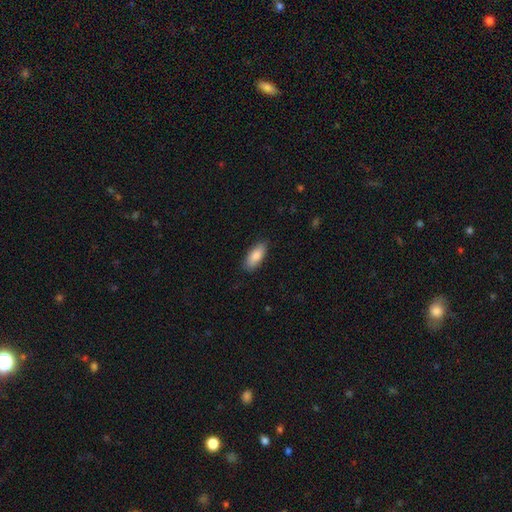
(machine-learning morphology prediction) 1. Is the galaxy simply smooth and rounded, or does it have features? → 86% smooth, 8% featured or disk, 6% star or artifact.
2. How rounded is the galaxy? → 85% in between, 13% cigar-shaped, 2% round.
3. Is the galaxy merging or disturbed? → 85% none, 11% minor disturbance, 2% major disturbance, 1% merger.